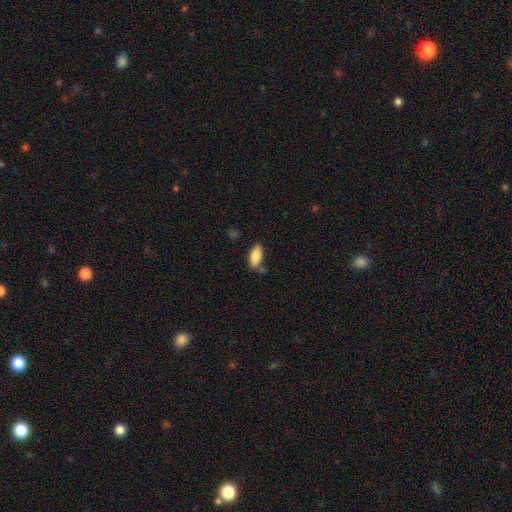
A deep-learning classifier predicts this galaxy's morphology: Smooth or featured: smooth — 84% (featured or disk — 9%)
How rounded: in between — 86% (cigar-shaped — 11%)
Merging: none — 64% (minor disturbance — 22%)